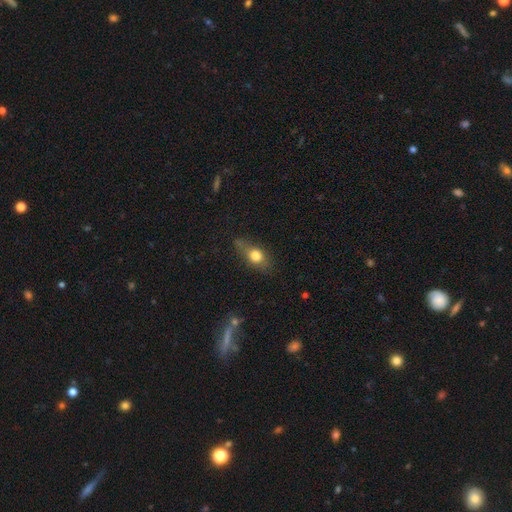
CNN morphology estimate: Q: Smooth or featured?
A: smooth (70%); runner-up: featured or disk (21%)
Q: How rounded?
A: in between (60%); runner-up: round (25%)
Q: Merging?
A: none (65%); runner-up: minor disturbance (24%)